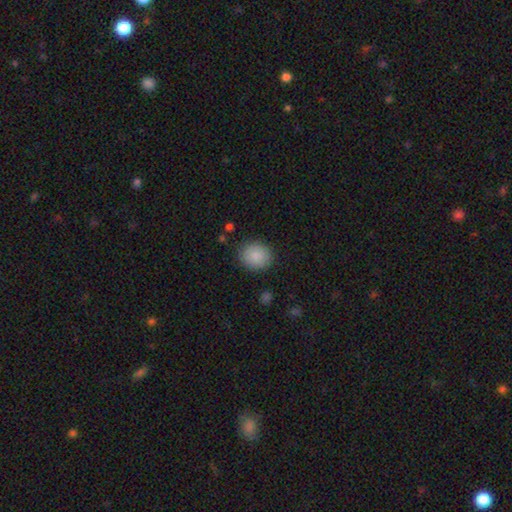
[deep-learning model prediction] The model was most divided on "how rounded": round: 80%, in between: 20%, cigar-shaped: 1%. More confident: smooth or featured — smooth (88%); merging — none (87%).